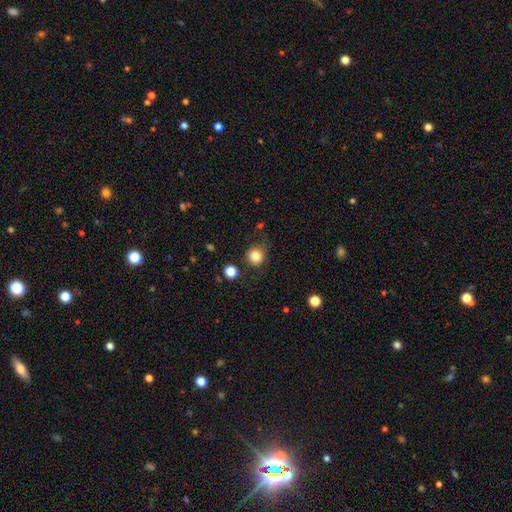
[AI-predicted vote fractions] Smooth or featured: smooth — 83% (star or artifact — 12%)
How rounded: round — 90% (in between — 9%)
Merging: none — 77% (minor disturbance — 15%)